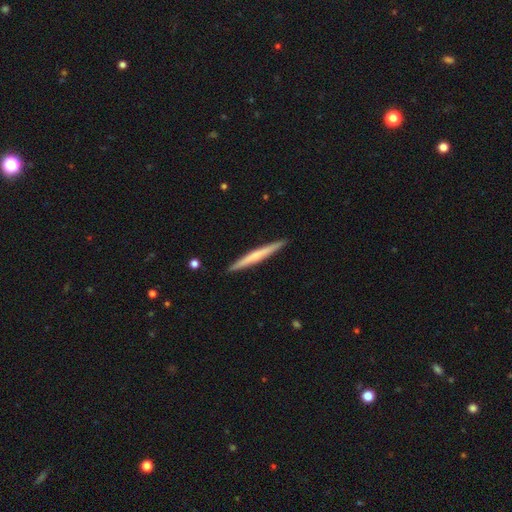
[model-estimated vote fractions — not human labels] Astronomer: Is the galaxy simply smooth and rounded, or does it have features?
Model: smooth — 49% (runner-up: featured or disk, 46%).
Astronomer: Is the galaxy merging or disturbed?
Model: none — 92%.